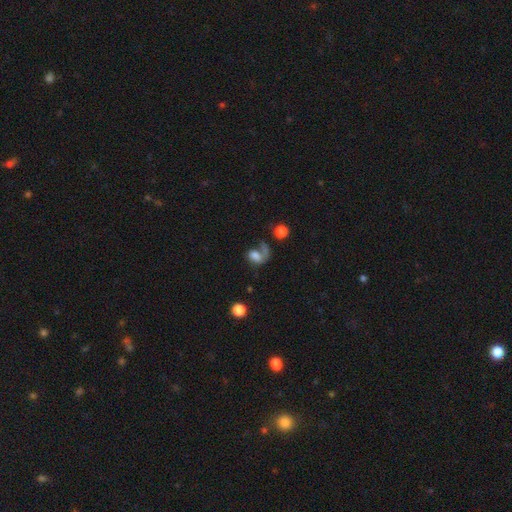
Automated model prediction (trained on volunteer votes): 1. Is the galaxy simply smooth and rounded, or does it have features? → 55% smooth, 32% featured or disk, 13% star or artifact.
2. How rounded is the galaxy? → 69% in between, 28% round, 3% cigar-shaped.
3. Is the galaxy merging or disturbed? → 33% major disturbance, 30% none, 23% merger, 14% minor disturbance.